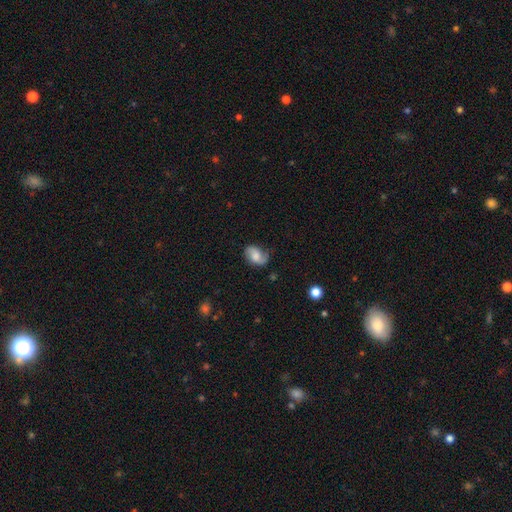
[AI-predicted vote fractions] The model was most divided on "smooth or featured" (2-way tie): featured or disk: 46%, smooth: 46%, star or artifact: 8%. More confident: merging — none (62%).